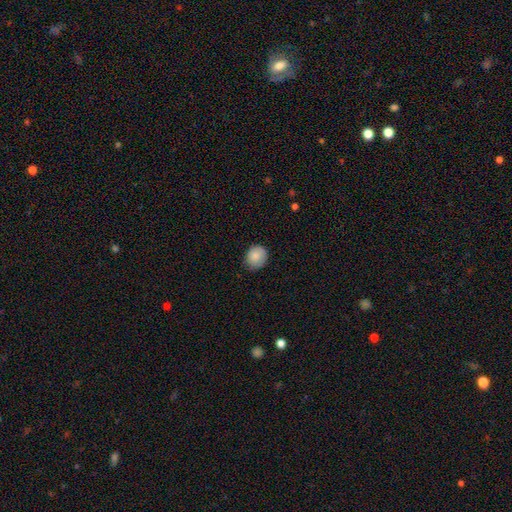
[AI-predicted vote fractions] Smooth or featured?
  - smooth: 86% *
  - star or artifact: 8%
  - featured or disk: 7%
How rounded?
  - round: 71% *
  - in between: 28%
  - cigar-shaped: 1%
Merging?
  - none: 72% *
  - minor disturbance: 23%
  - major disturbance: 4%
  - merger: 1%